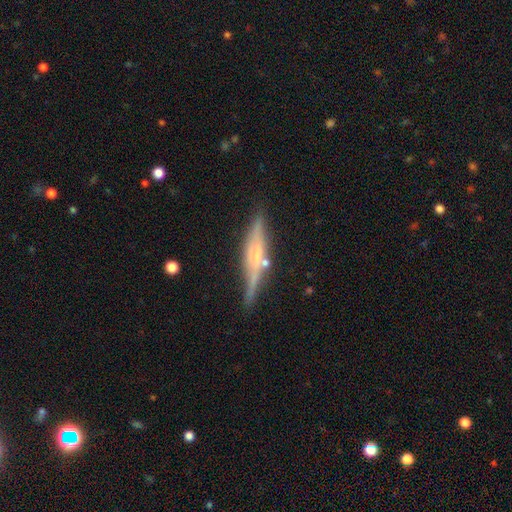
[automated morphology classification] The model was most divided on "edge-on bulge": rounded: 56%, none: 26%, boxy: 18%. More confident: edge-on disk — yes (95%); merging — none (76%); smooth or featured — featured or disk (69%).